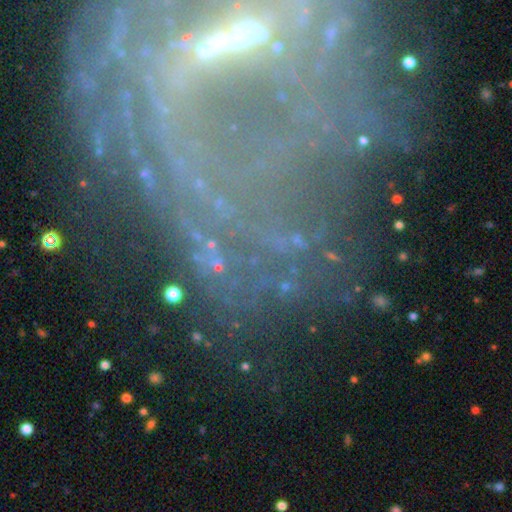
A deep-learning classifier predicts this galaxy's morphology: Smooth or featured? featured or disk (64%)
Edge-on disk? no (87%)
Bar? strong (45%)
Spiral arms? yes (64%)
Bulge size? small (37%)
Merging? none (60%)